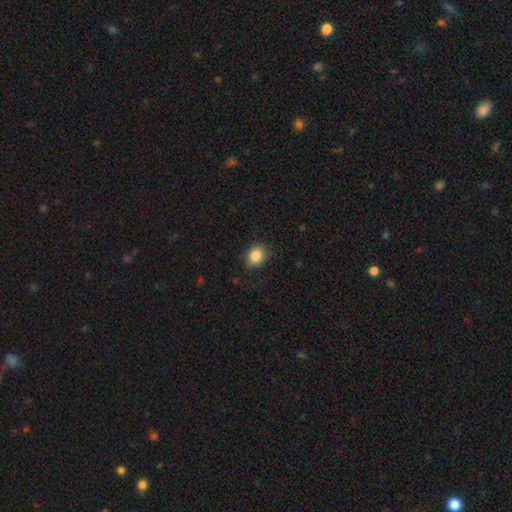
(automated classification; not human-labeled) Smooth or featured? Predicted: smooth (p=0.86). How rounded? Predicted: round (p=0.55). Merging? Predicted: none (p=0.83).